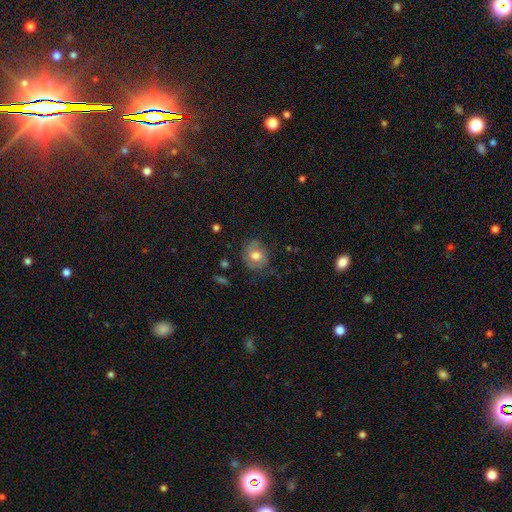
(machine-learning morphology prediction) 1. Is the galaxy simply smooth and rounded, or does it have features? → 59% smooth, 32% featured or disk, 9% star or artifact.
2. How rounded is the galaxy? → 68% round, 31% in between, 1% cigar-shaped.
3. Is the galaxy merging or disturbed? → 65% none, 24% minor disturbance, 10% major disturbance, 2% merger.